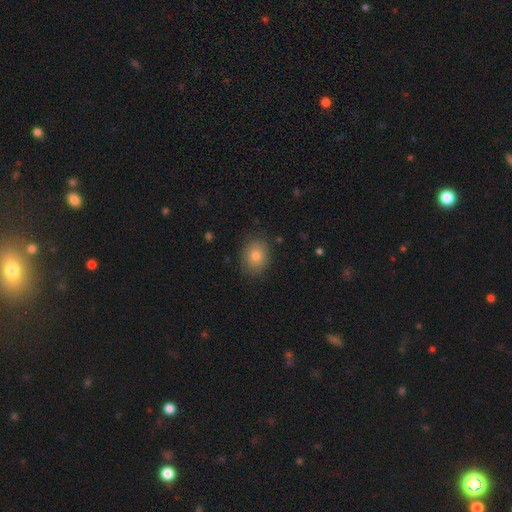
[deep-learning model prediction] Smooth or featured: smooth — 79% (featured or disk — 11%)
How rounded: in between — 50% (round — 49%)
Merging: none — 85% (minor disturbance — 11%)